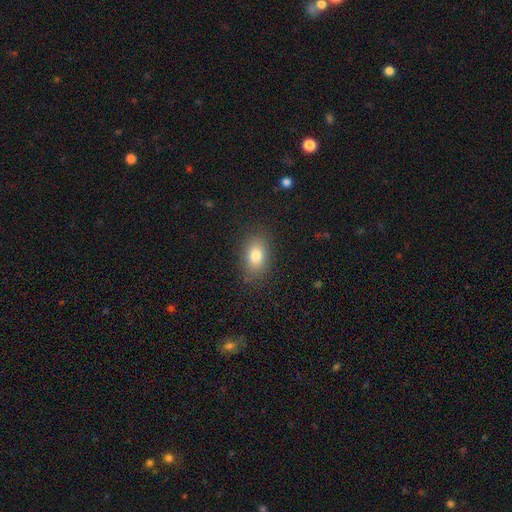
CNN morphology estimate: Smooth or featured? smooth (81%)
How rounded? in between (85%)
Merging? none (85%)